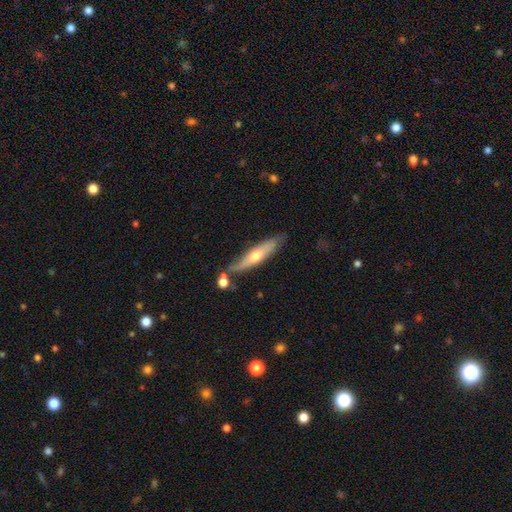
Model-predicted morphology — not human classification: smooth-or-featured: featured or disk: 51% | smooth: 42% | star or artifact: 6%
  disk-edge-on: yes: 83% | no: 17%
  merging: none: 72% | minor disturbance: 17% | merger: 8% | major disturbance: 4%